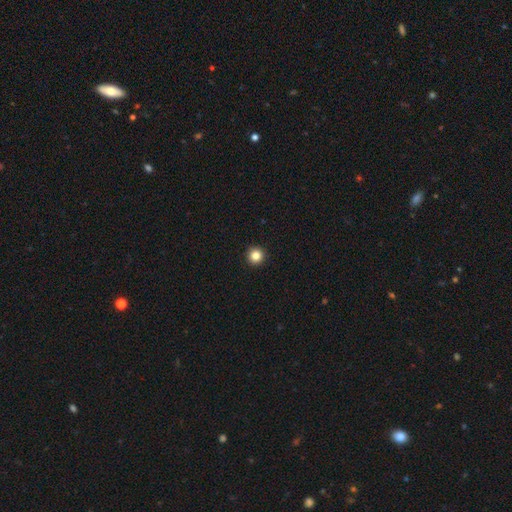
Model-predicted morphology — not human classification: This is clearly a smooth galaxy (84%). How rounded: clearly round (96%). Merging: clearly none (94%).